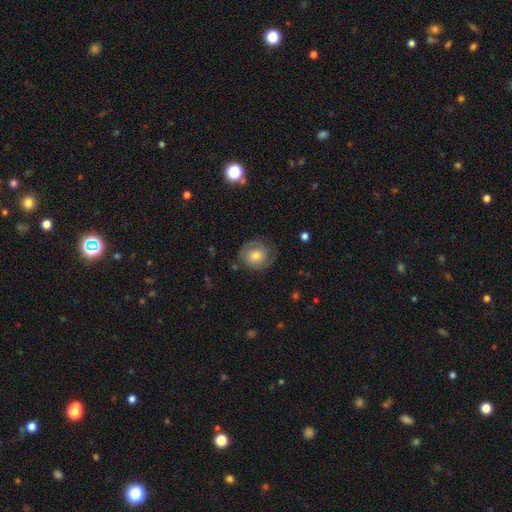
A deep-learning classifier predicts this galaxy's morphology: Smooth or featured?
  - featured or disk: 51% *
  - smooth: 41%
  - star or artifact: 8%
Edge-on disk?
  - no: 97% *
  - yes: 3%
Merging?
  - none: 73% *
  - minor disturbance: 17%
  - major disturbance: 8%
  - merger: 2%